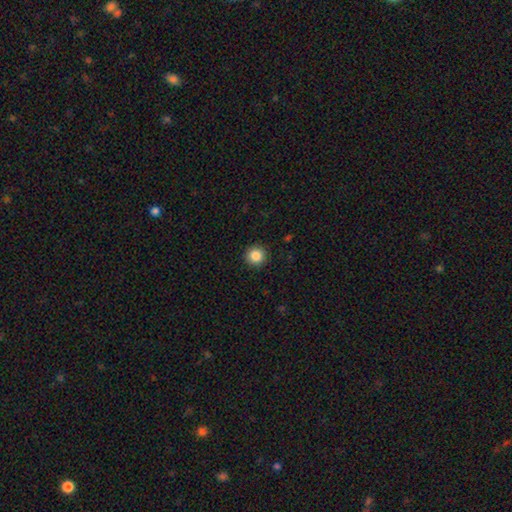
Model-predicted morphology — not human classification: smooth 86%, star or artifact 10%, featured or disk 4%. Down the decision tree: how rounded — round (95%); merging — none (92%).